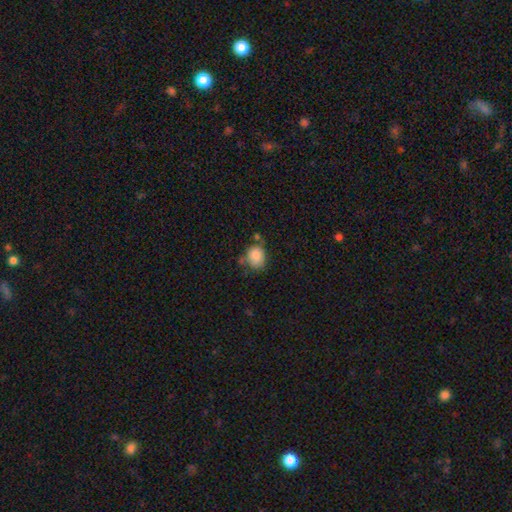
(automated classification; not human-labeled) This appears to be a smooth galaxy with no disk features (85%) that is round (59%). Merging: none (60%).